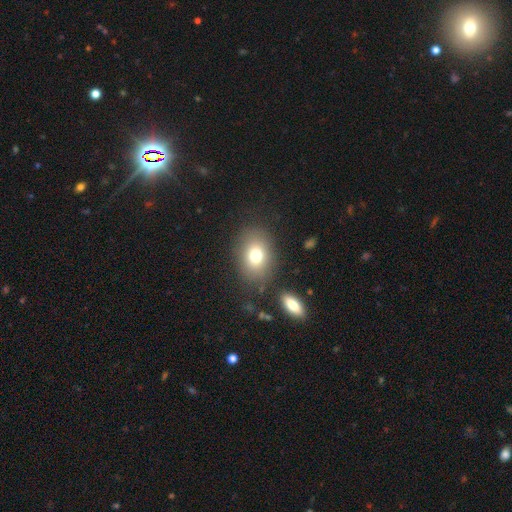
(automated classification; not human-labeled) This appears to be a smooth galaxy with no disk features (76%) that is in between round and cigar-shaped (64%). Merging: none (80%).